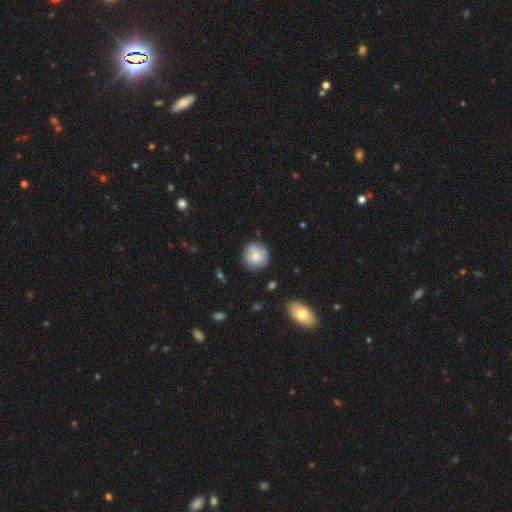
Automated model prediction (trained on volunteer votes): Morphology: type=smooth (69%); roundness=round (92%); merging=none (82%).